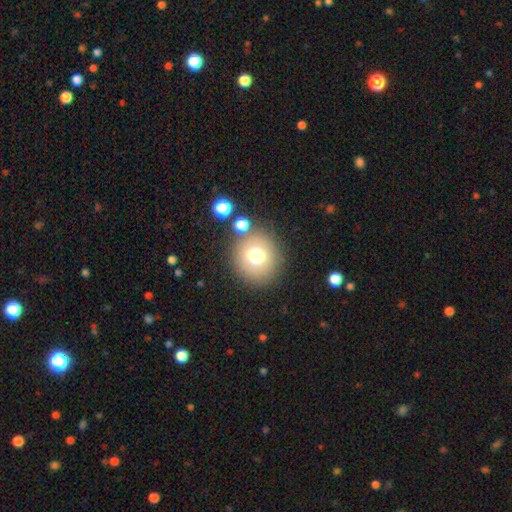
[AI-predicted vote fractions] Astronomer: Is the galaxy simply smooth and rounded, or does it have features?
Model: smooth — 71%.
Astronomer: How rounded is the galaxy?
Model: round — 89%.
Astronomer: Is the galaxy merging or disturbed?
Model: none — 78%.